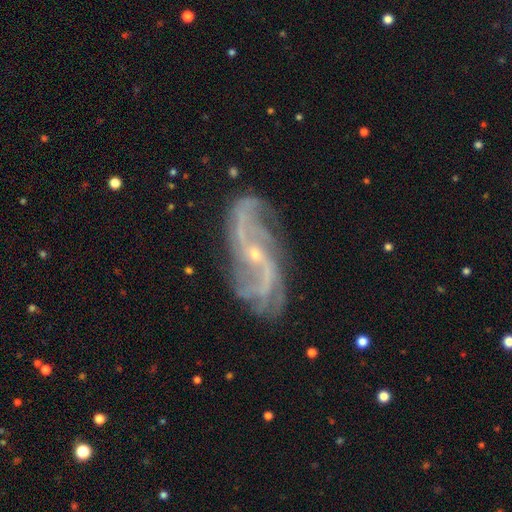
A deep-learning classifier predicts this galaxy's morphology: This appears to be a featured or disk galaxy (88%) with no bar (49%), 2 (65%) loose (56%) spiral arms (97%) and a small central bulge (81%). Merging: none (77%).